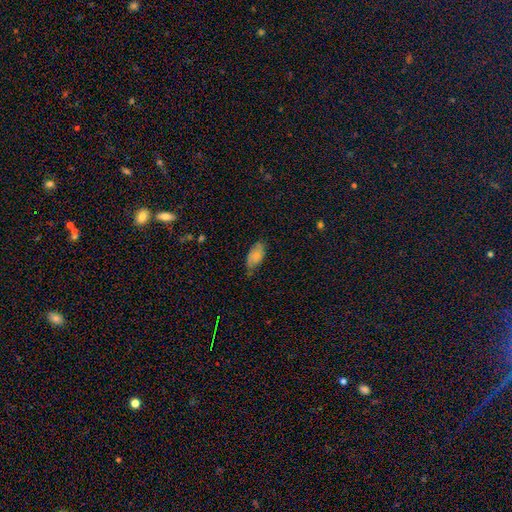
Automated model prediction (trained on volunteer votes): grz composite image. It shows a smooth galaxy with no disk features (76%) that is in between round and cigar-shaped (92%). Merging: none (60%).